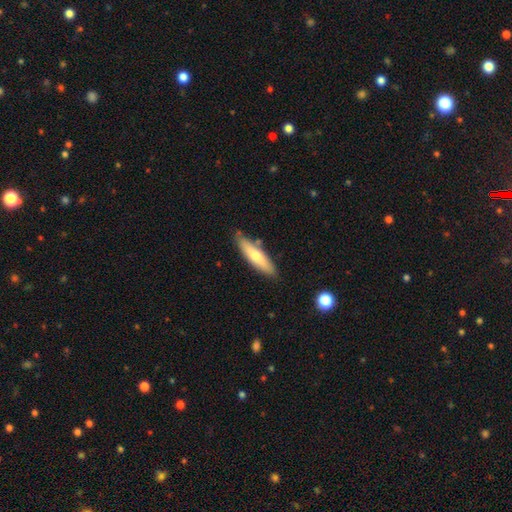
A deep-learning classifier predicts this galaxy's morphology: Overall: smooth (62%; featured or disk 33%). How rounded: cigar-shaped (73%). Merging: none (80%).